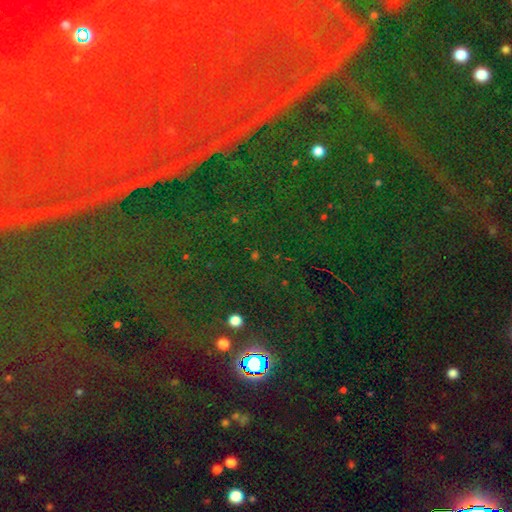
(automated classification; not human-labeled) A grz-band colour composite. It shows a star or artifact, not a galaxy (84%).